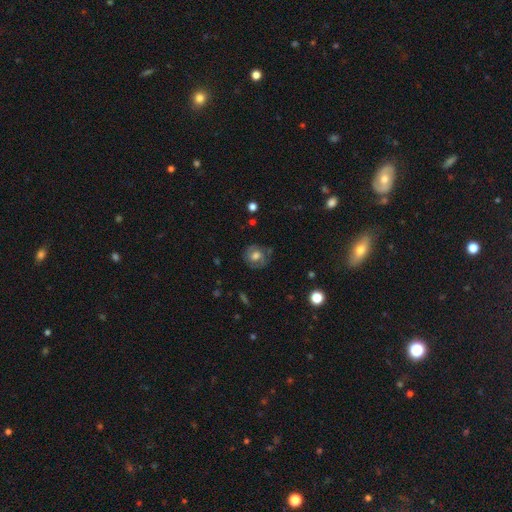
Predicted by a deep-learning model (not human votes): A smooth galaxy with no disk features (47%). Merging: none (72%).